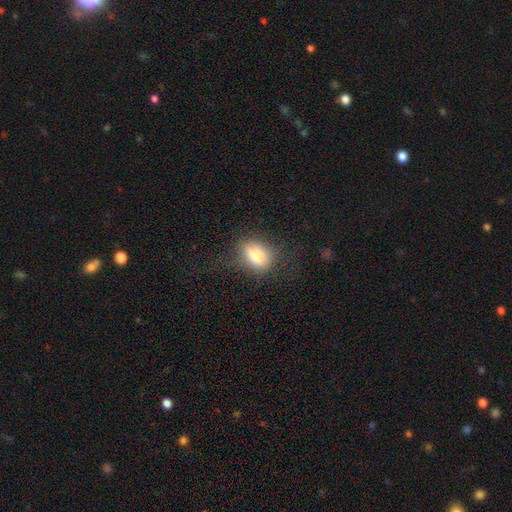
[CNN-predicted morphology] Smooth or featured: smooth — 71% (featured or disk — 19%)
How rounded: in between — 70% (round — 25%)
Merging: none — 66% (minor disturbance — 21%)